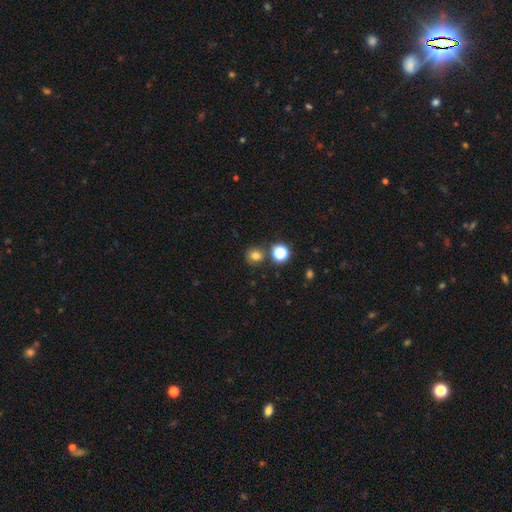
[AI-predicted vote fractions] This is likely a smooth galaxy (75%). How rounded: clearly round (86%). Merging: likely none (78%).